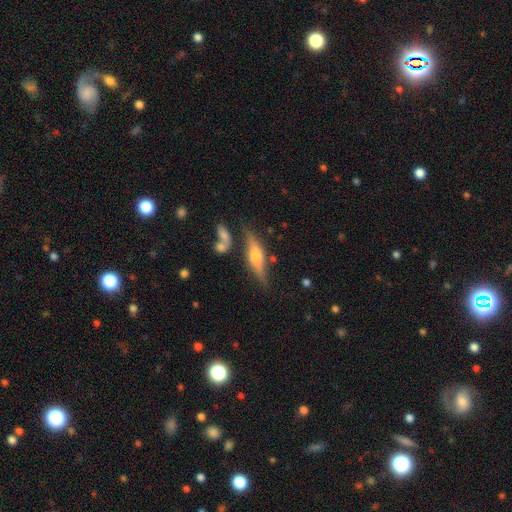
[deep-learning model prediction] This is possibly a featured or disk galaxy (59%). It is clearly viewed edge-on (89%). Edge-on bulge: clearly rounded (90%). Merging: likely none (69%).